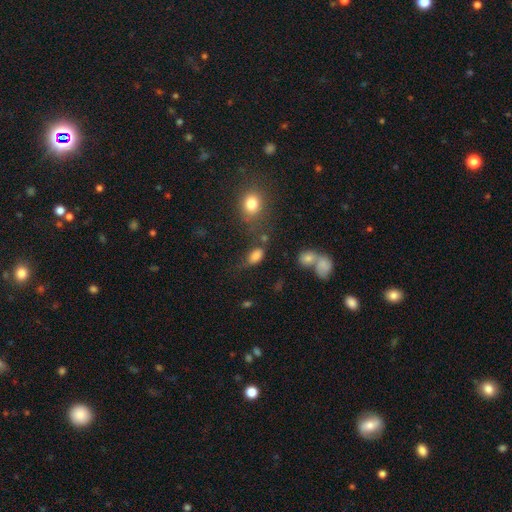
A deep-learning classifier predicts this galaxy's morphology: Smooth or featured: smooth — 81% (star or artifact — 11%)
How rounded: in between — 87% (round — 9%)
Merging: none — 51% (minor disturbance — 25%)